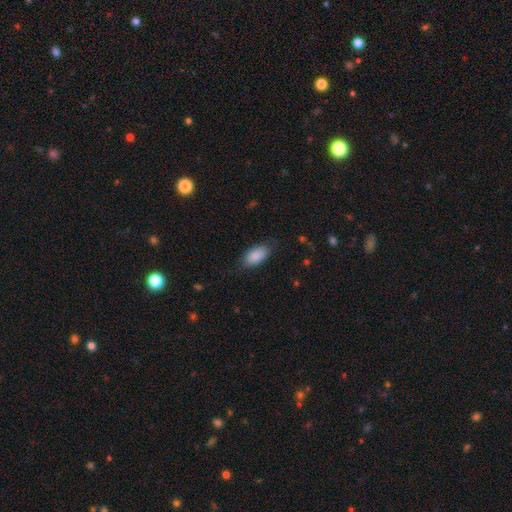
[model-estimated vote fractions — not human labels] A smooth galaxy with no disk features (88%) that is in between round and cigar-shaped (93%).

Vote fractions:
- Smooth or featured? smooth: 88% / star or artifact: 6% / featured or disk: 6%
- How rounded? in between: 93% / cigar-shaped: 4% / round: 3%
- Merging? none: 78% / minor disturbance: 16% / major disturbance: 4% / merger: 1%